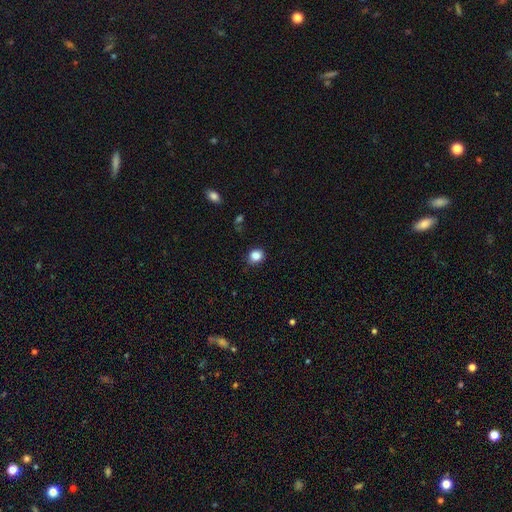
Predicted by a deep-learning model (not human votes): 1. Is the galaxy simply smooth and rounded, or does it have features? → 85% smooth, 11% star or artifact, 4% featured or disk.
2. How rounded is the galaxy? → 75% round, 24% in between, 1% cigar-shaped.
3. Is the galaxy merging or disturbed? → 82% none, 13% minor disturbance, 3% major disturbance, 1% merger.